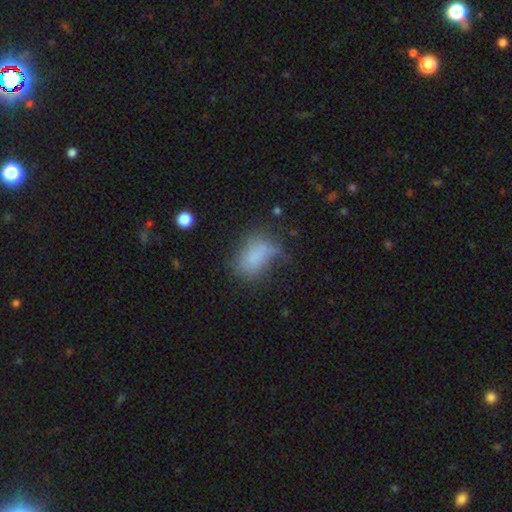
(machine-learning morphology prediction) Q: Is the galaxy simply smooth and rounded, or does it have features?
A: smooth — 73%.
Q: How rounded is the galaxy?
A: in between — 85%.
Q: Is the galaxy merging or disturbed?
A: none — 37%.